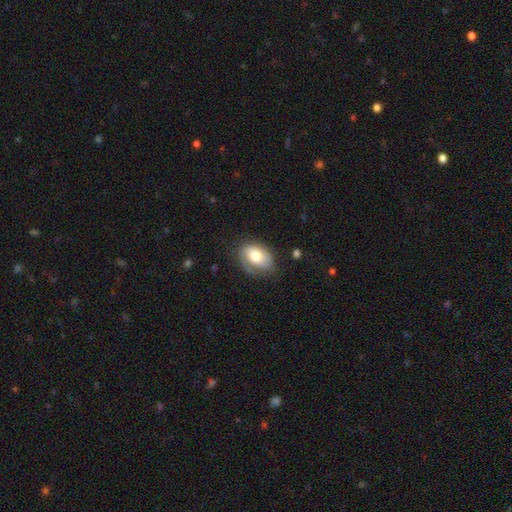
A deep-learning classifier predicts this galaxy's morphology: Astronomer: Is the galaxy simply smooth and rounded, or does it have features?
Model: smooth — 56% (runner-up: featured or disk, 37%).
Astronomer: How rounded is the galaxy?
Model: in between — 79%.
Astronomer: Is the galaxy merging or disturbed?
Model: none — 55%.